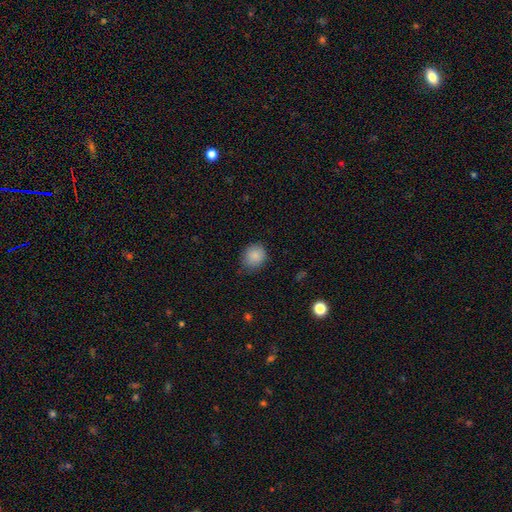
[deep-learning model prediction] Morphology: type=smooth (86%); roundness=round (73%); merging=none (73%).